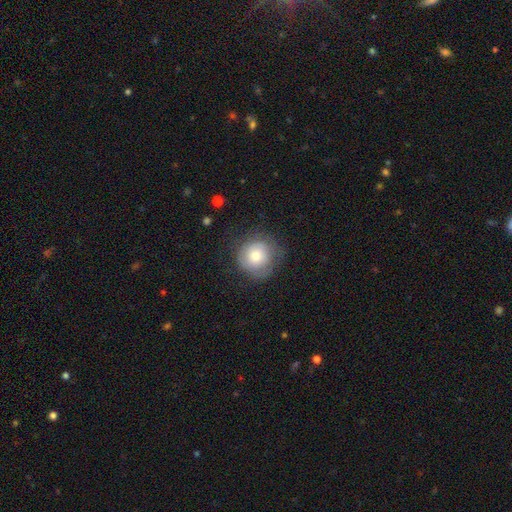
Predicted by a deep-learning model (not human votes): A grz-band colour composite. It shows a smooth galaxy with no disk features (71%) that is round (91%). Merging: none (65%).